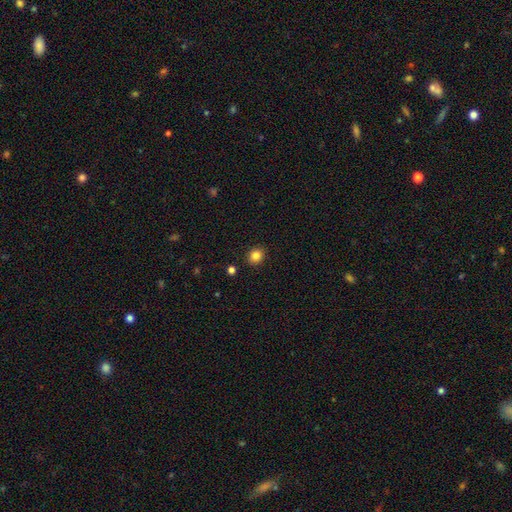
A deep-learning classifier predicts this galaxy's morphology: smooth-or-featured: smooth: 85% | star or artifact: 11% | featured or disk: 4%
  how-rounded: round: 71% | in between: 29% | cigar-shaped: 1%
  merging: none: 90% | minor disturbance: 6% | major disturbance: 2% | merger: 2%